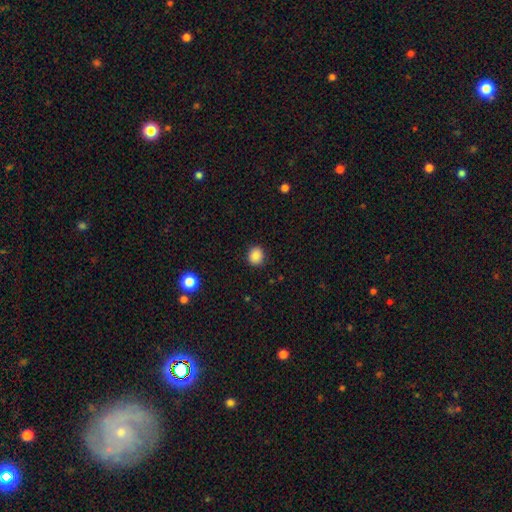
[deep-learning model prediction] A smooth galaxy with no disk features (86%) that is round (83%). Merging: none (91%).